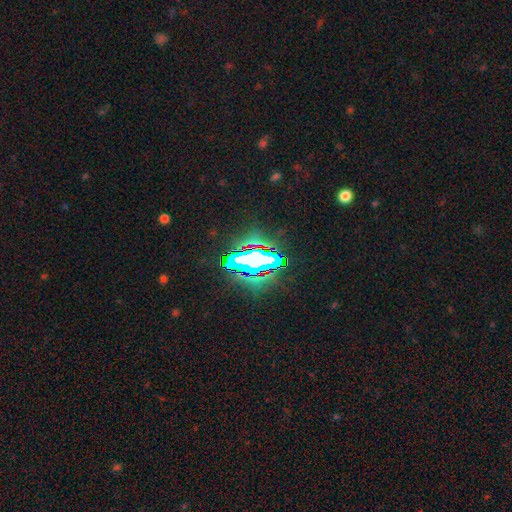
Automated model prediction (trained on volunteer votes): A star or artifact, not a galaxy (67%).